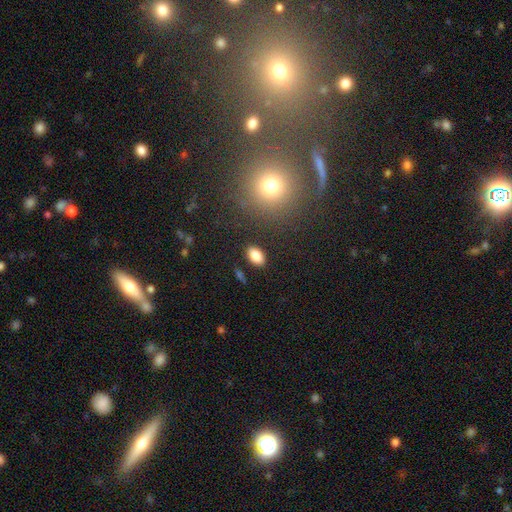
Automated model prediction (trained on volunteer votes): A smooth galaxy with no disk features (85%) that is in between round and cigar-shaped (91%).

Vote fractions:
- Smooth or featured? smooth: 85% / star or artifact: 9% / featured or disk: 7%
- How rounded? in between: 91% / round: 7% / cigar-shaped: 2%
- Merging? none: 87% / minor disturbance: 8% / major disturbance: 2% / merger: 2%